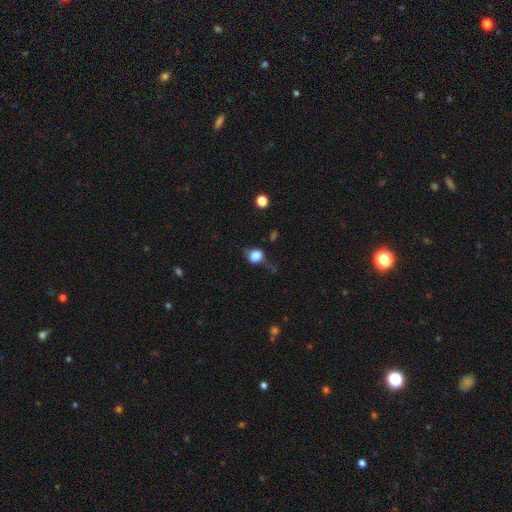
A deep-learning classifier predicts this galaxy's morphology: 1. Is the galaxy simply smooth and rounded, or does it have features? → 75% smooth, 14% featured or disk, 11% star or artifact.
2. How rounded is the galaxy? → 67% round, 31% in between, 2% cigar-shaped.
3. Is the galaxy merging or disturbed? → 48% none, 30% minor disturbance, 19% major disturbance, 3% merger.